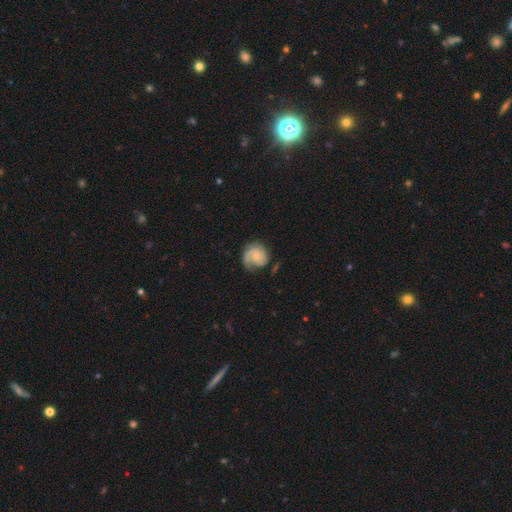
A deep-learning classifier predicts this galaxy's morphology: Smooth or featured?
  - featured or disk: 73% *
  - smooth: 21%
  - star or artifact: 6%
Edge-on disk?
  - no: 98% *
  - yes: 2%
Bar?
  - no: 74% *
  - weak: 23%
  - strong: 3%
Spiral arms?
  - yes: 94% *
  - no: 6%
Spiral winding?
  - tight: 50% *
  - medium: 34%
  - loose: 15%
Spiral arm count?
  - 2: 42% *
  - 1: 32%
  - can't tell: 13%
  - 3: 10%
  - 4: 2%
  - more than 4: 2%
Bulge size?
  - small: 62% *
  - moderate: 28%
  - none: 7%
  - large: 2%
  - dominant: 1%
Merging?
  - none: 63% *
  - minor disturbance: 22%
  - major disturbance: 13%
  - merger: 2%